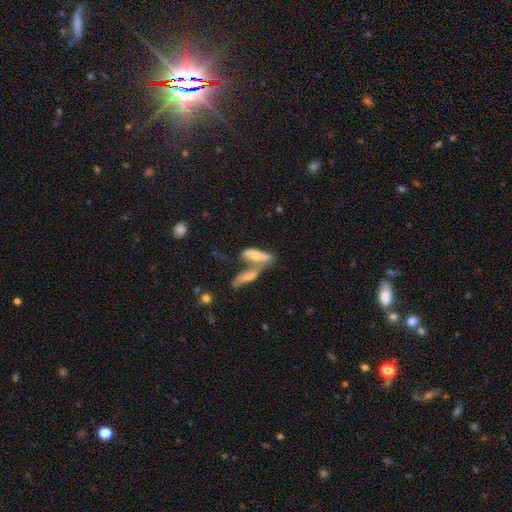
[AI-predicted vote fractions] Morphology: type=smooth (55%); roundness=in between (59%); merging=merger (65%).